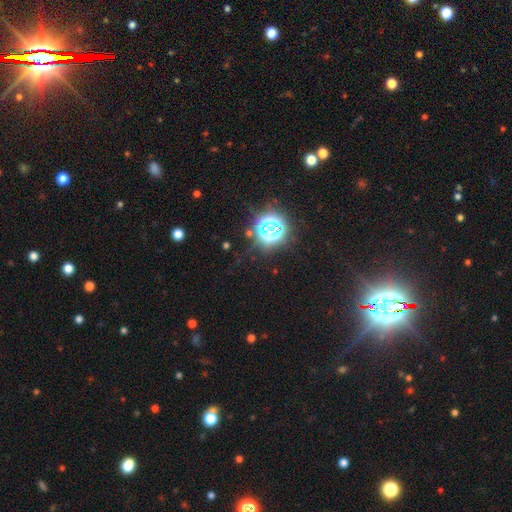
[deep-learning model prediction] smooth-or-featured: star or artifact: 83% | smooth: 10% | featured or disk: 7%